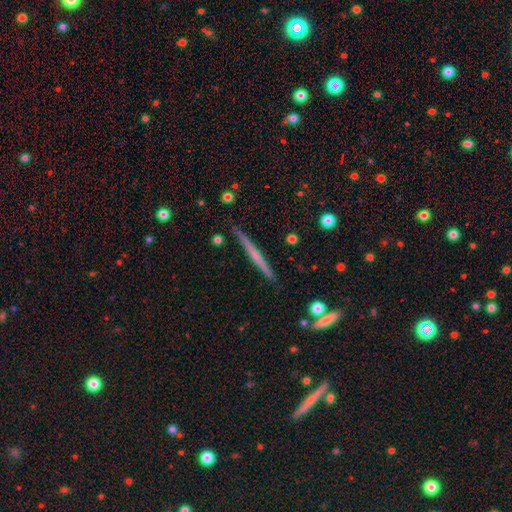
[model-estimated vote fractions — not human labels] Overall: featured or disk (57%; smooth 36%). Edge-on disk: yes (98%). Edge-on bulge: none (75%). Merging: none (90%).